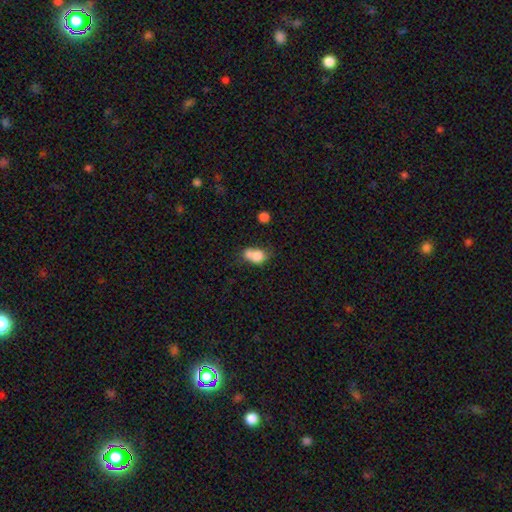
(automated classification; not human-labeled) Smooth or featured: smooth — 75% (featured or disk — 15%)
How rounded: in between — 57% (round — 41%)
Merging: merger — 57% (none — 24%)